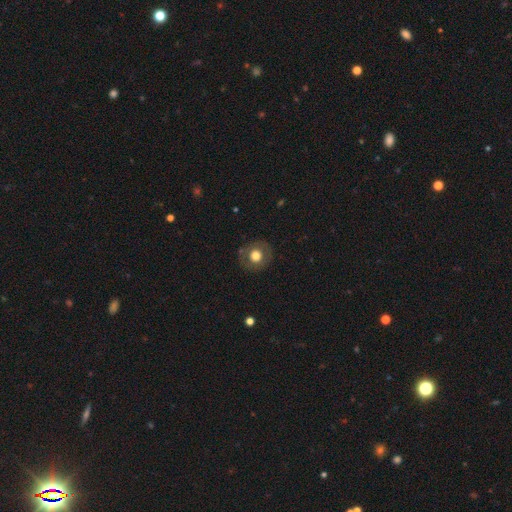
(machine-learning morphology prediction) Smooth or featured?
  - smooth: 66% *
  - featured or disk: 25%
  - star or artifact: 9%
How rounded?
  - round: 88% *
  - in between: 11%
  - cigar-shaped: 1%
Merging?
  - none: 85% *
  - minor disturbance: 9%
  - major disturbance: 4%
  - merger: 1%